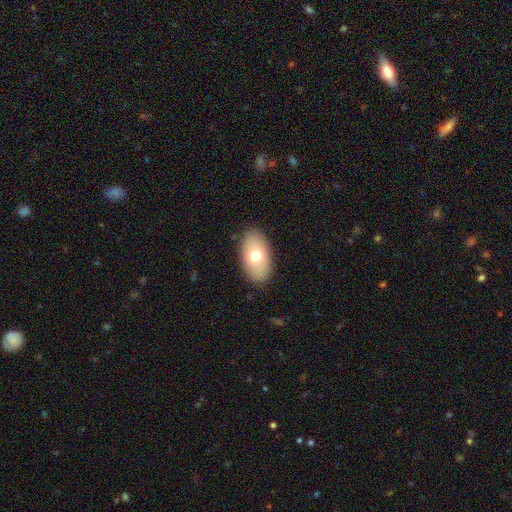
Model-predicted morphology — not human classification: Smooth or featured: smooth — 70% (featured or disk — 22%)
How rounded: in between — 93% (round — 5%)
Merging: none — 87% (minor disturbance — 9%)